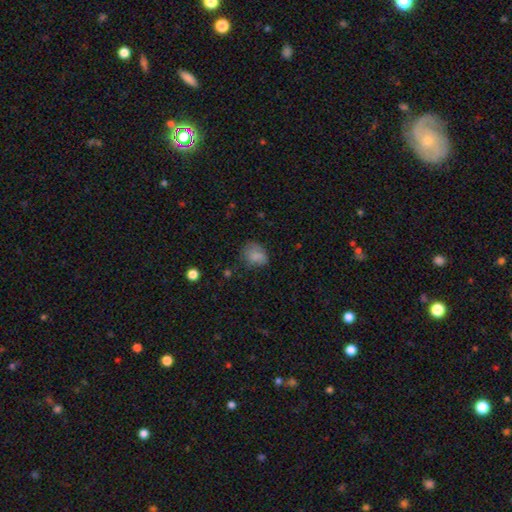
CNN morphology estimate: type=smooth (77%); roundness=in between (53%); merging=none (56%).